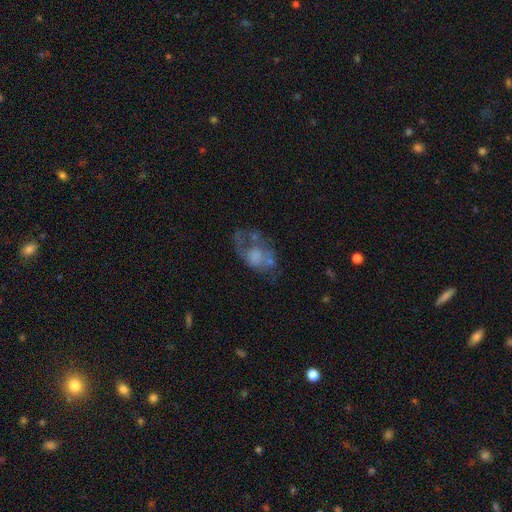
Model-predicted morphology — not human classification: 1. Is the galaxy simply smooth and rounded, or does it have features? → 56% featured or disk, 31% smooth, 13% star or artifact.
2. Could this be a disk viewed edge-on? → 95% no, 5% yes.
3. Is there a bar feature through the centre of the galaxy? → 85% no, 13% weak, 2% strong.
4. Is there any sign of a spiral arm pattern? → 67% no, 33% yes.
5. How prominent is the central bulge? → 36% none, 27% moderate, 18% small, 17% large, 3% dominant.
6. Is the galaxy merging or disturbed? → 40% none, 31% major disturbance, 20% minor disturbance, 9% merger.